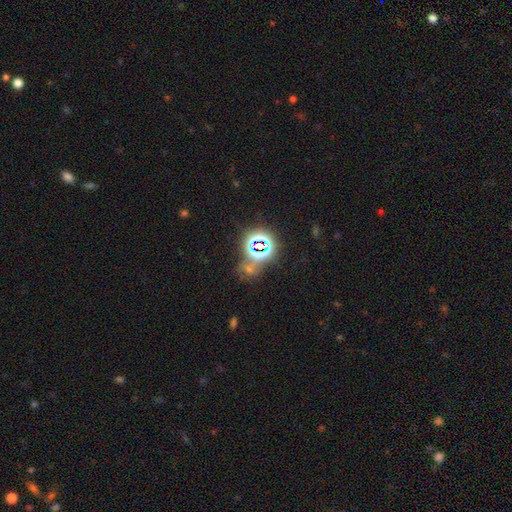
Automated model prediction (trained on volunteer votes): This is likely a star or artifact rather than a galaxy (75%).